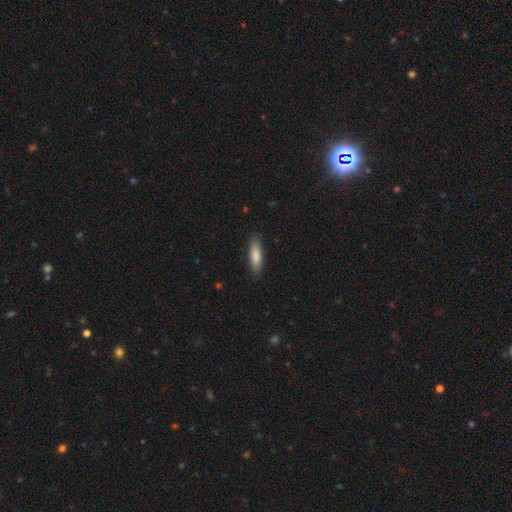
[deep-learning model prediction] A smooth galaxy with no disk features (84%) that is cigar-shaped (54%). Merging: none (86%).